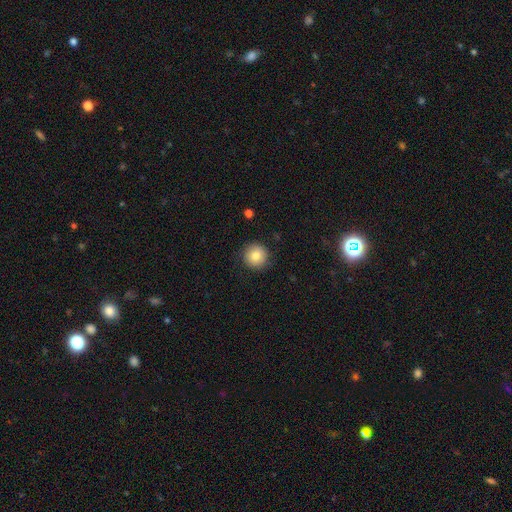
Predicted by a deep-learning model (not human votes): A smooth galaxy with no disk features (81%) that is round (95%). Merging: none (88%).